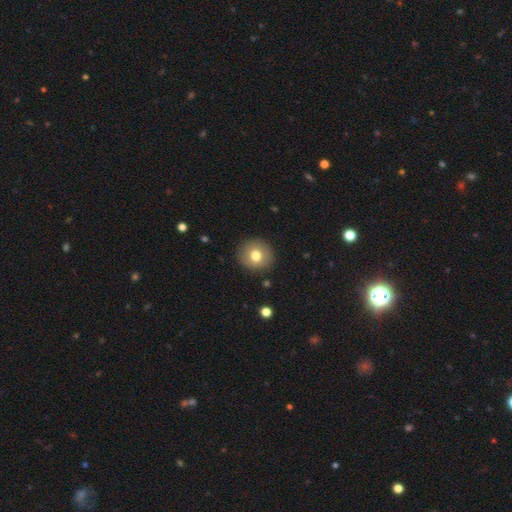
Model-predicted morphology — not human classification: Overall: smooth (76%). How rounded: round (90%). Merging: none (90%).